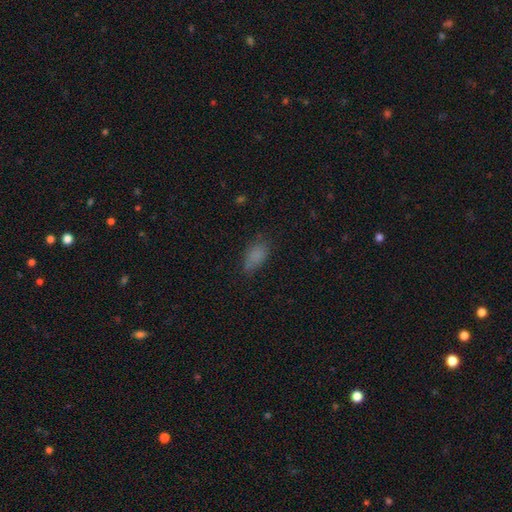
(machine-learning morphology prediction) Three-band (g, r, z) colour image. It shows a smooth galaxy with no disk features (79%) that is in between round and cigar-shaped (88%). Merging: none (64%).